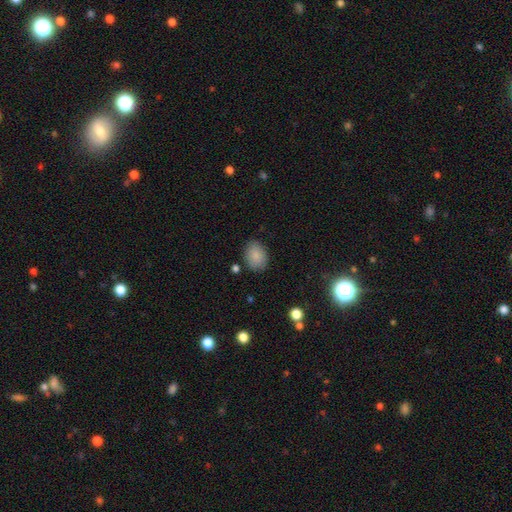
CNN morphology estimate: smooth 87%, star or artifact 7%, featured or disk 6%. Down the decision tree: how rounded — in between (71%); merging — none (81%).